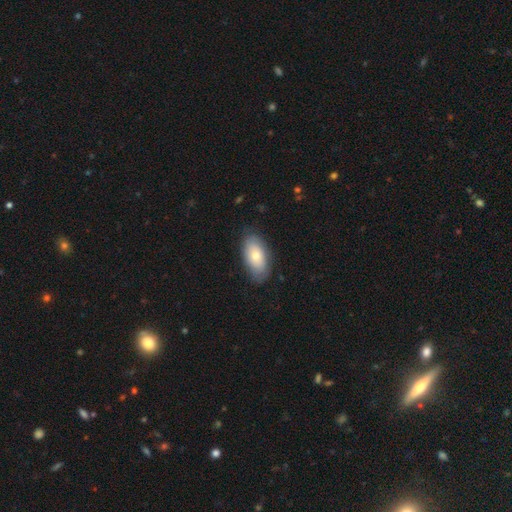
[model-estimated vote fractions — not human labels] Smooth or featured?
  - smooth: 69% *
  - featured or disk: 25%
  - star or artifact: 6%
How rounded?
  - in between: 92% *
  - round: 4%
  - cigar-shaped: 3%
Merging?
  - none: 81% *
  - minor disturbance: 15%
  - major disturbance: 3%
  - merger: 1%